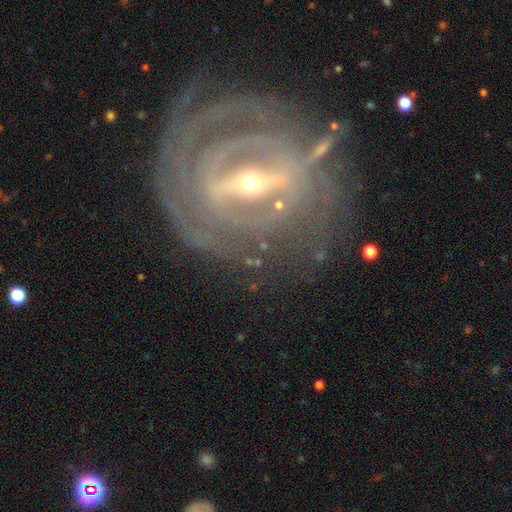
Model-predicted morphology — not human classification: This is clearly a featured or disk galaxy (88%). It is clearly not viewed edge-on (92%). Bar: likely strong (69%). Spiral arm pattern: clearly yes (89%). Spiral arm count: marginally can't tell (40%). Spiral winding: likely tight (77%). Central bulge: likely small (62%). Merging: likely none (73%).